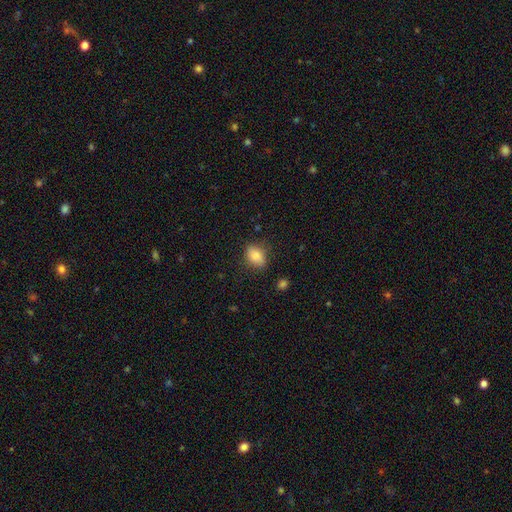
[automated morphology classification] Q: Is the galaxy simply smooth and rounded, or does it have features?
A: smooth — 85%.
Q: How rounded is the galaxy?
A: in between — 81%.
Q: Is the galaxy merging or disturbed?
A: none — 74%.